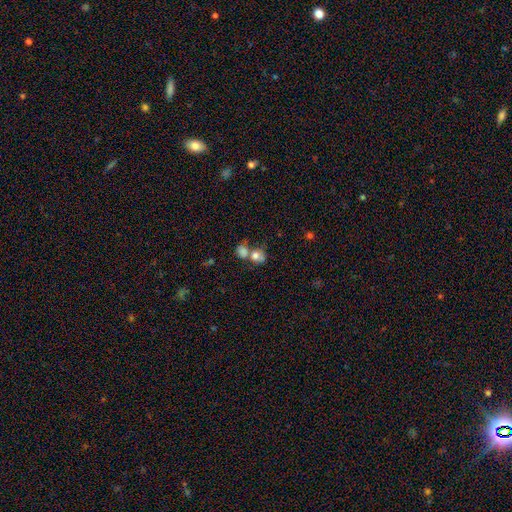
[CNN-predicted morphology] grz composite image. It shows a smooth galaxy with no disk features (76%) that is round (65%). Merging: merger (55%).